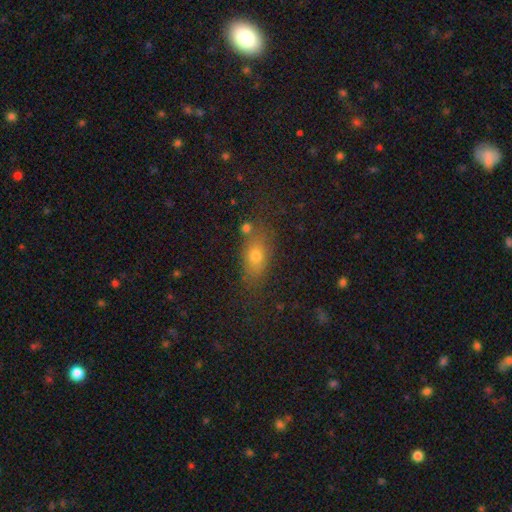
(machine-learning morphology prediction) A smooth galaxy with no disk features (70%) that is in between round and cigar-shaped (72%). Merging: none (70%).